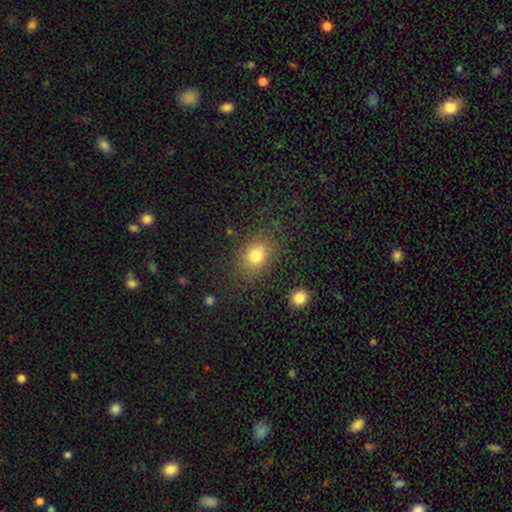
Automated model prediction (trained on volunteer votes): Smooth or featured?
  - smooth: 78% *
  - star or artifact: 13%
  - featured or disk: 9%
How rounded?
  - in between: 59% *
  - round: 40%
  - cigar-shaped: 1%
Merging?
  - none: 80% *
  - minor disturbance: 12%
  - major disturbance: 6%
  - merger: 2%